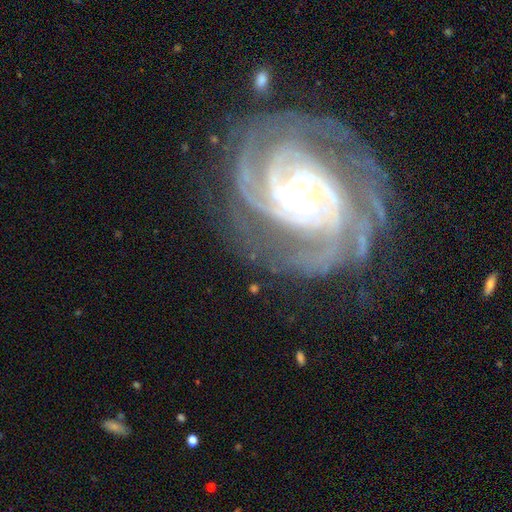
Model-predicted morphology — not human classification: smooth-or-featured: featured or disk: 91% | star or artifact: 6% | smooth: 3%
  disk-edge-on: no: 97% | yes: 3%
    bar: no: 45% | weak: 34% | strong: 22%
    has-spiral-arms: yes: 98% | no: 2%
      spiral-winding: tight: 71% | medium: 25% | loose: 3%
      spiral-arm-count: 3: 30% | 4: 19% | 2: 19% | can't tell: 16% | more than 4: 9% | 1: 7%
    bulge-size: moderate: 58% | small: 28% | large: 11% | none: 1% | dominant: 1%
  merging: none: 72% | minor disturbance: 17% | major disturbance: 9% | merger: 2%